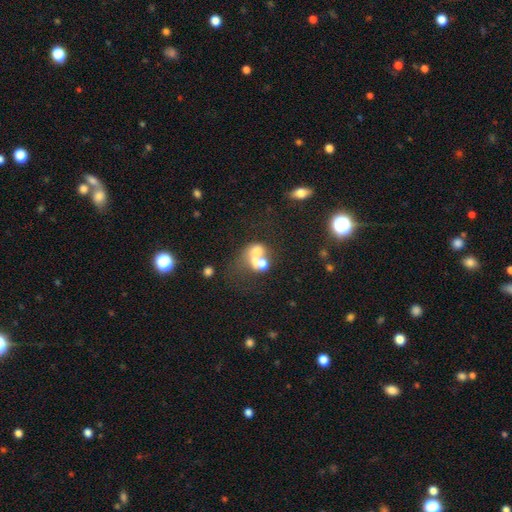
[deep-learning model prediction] Smooth or featured?
  - smooth: 48% *
  - featured or disk: 37%
  - star or artifact: 15%
Merging?
  - merger: 61% *
  - none: 20%
  - major disturbance: 12%
  - minor disturbance: 8%